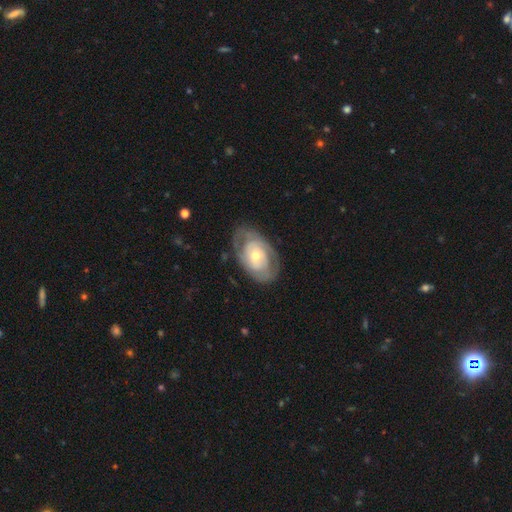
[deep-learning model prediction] smooth-or-featured: featured or disk: 68% | smooth: 27% | star or artifact: 5%
  disk-edge-on: no: 94% | yes: 6%
    bar: no: 77% | weak: 18% | strong: 5%
    has-spiral-arms: yes: 59% | no: 41%
    bulge-size: small: 48% | moderate: 47% | large: 4% | dominant: 1% | none: 1%
  merging: none: 70% | minor disturbance: 19% | major disturbance: 10% | merger: 1%